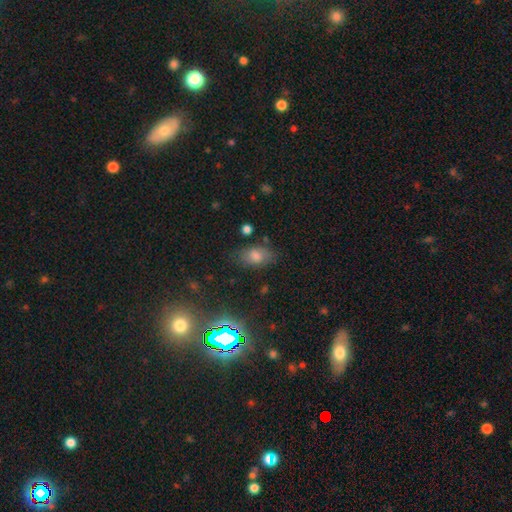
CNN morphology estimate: smooth_or_featured: smooth (p=0.63) [alt: star or artifact p=0.24]
how_rounded: in between (p=0.85) [alt: round p=0.12]
merging: none (p=0.78) [alt: minor disturbance p=0.15]